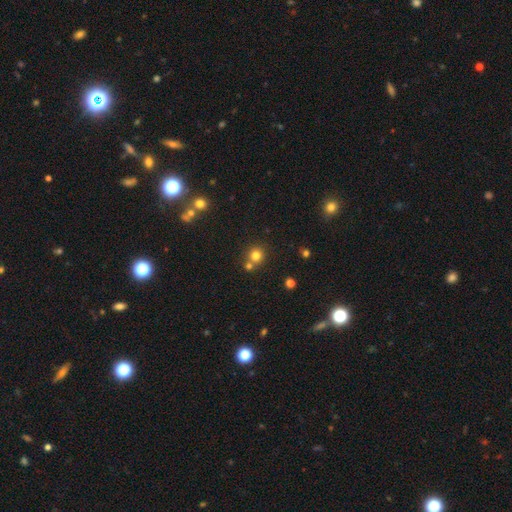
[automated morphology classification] This is likely a smooth galaxy (78%). How rounded: clearly round (90%). Merging: likely none (64%).